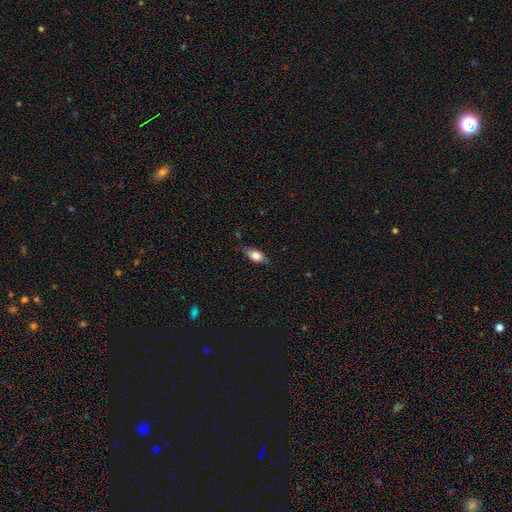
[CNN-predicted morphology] type=smooth (77%); roundness=in between (86%); merging=none (73%).